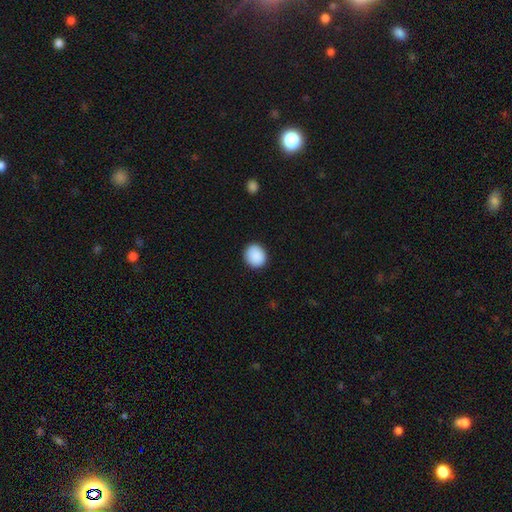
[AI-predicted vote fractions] Morphology: type=smooth (90%); roundness=round (76%); merging=none (91%).